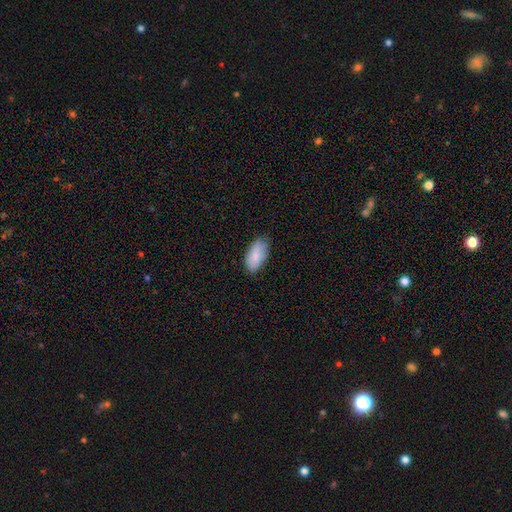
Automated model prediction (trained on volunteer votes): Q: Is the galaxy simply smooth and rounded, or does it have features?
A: smooth — 86%.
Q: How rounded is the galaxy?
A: in between — 94%.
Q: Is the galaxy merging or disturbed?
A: none — 76%.